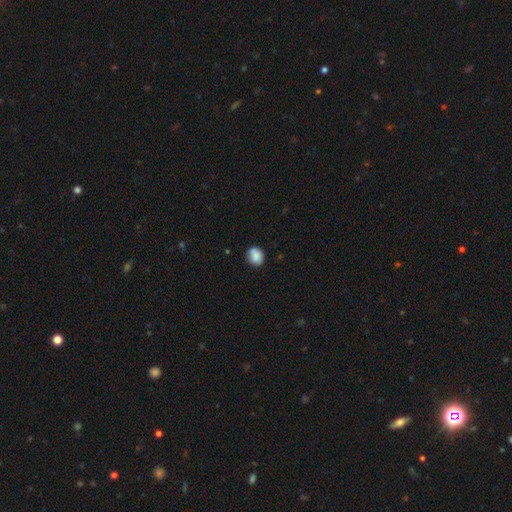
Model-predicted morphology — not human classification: This is clearly a smooth galaxy (83%). How rounded: likely round (73%). Merging: likely none (70%).